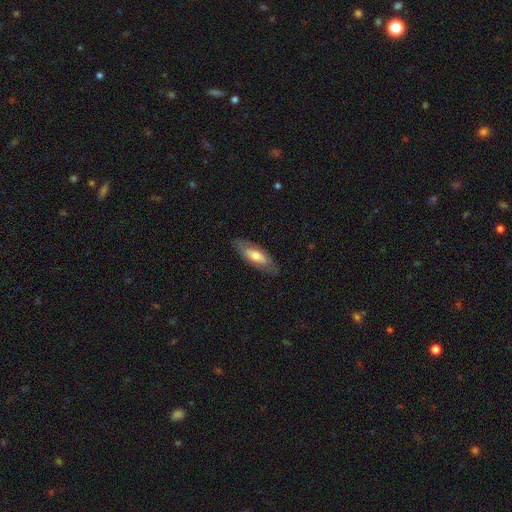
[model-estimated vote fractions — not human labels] Smooth or featured? Predicted: smooth (p=0.53). How rounded? Predicted: in between (p=0.65). Merging? Predicted: none (p=0.82).